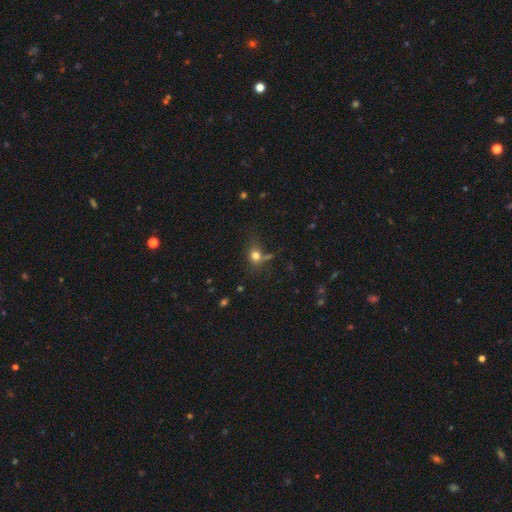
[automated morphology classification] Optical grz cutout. It shows a smooth galaxy with no disk features (75%) that is round (58%). Merging: none (57%).